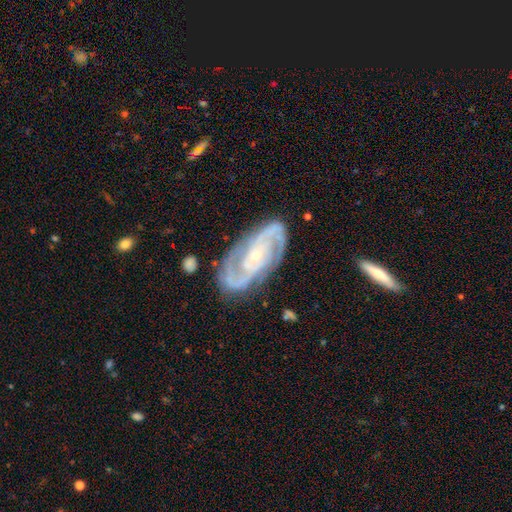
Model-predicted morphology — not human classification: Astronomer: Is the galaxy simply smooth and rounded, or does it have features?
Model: featured or disk — 91%.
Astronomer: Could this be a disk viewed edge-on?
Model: no — 96%.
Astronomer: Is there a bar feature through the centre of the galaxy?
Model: no — 57%.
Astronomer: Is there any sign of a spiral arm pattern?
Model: yes — 98%.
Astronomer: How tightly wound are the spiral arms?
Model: tight — 54% (runner-up: medium, 40%).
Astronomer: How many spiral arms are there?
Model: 2 — 82%.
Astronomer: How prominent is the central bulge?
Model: small — 75%.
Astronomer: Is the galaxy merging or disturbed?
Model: none — 80%.